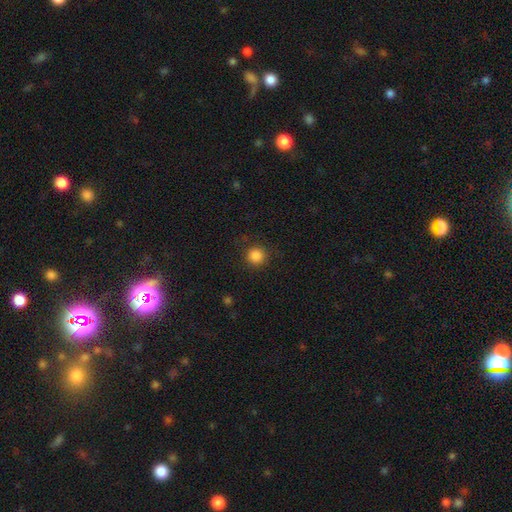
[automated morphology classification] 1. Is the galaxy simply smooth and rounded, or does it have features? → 86% smooth, 11% star or artifact, 4% featured or disk.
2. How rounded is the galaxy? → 94% round, 5% in between, 1% cigar-shaped.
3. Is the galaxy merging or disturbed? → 88% none, 8% minor disturbance, 3% major disturbance, 1% merger.